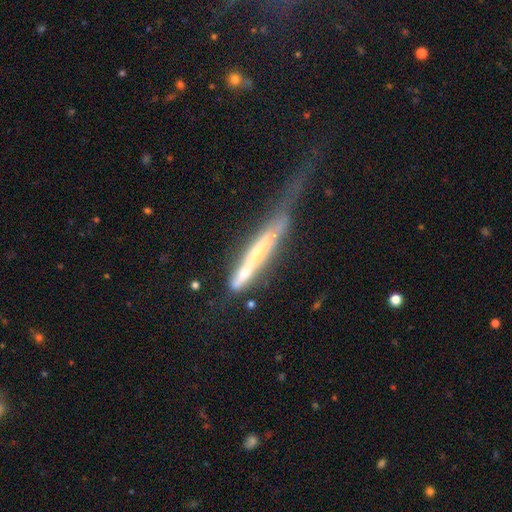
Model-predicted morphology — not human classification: Smooth or featured? Predicted: featured or disk (p=0.67). Edge-on disk? Predicted: yes (p=0.83). Edge-on bulge? Predicted: none (p=0.56). Merging? Predicted: major disturbance (p=0.38).